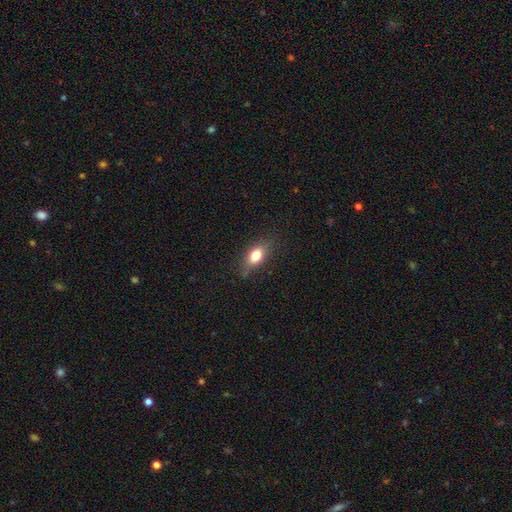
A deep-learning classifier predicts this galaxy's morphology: This appears to be a smooth galaxy with no disk features (76%) that is in between round and cigar-shaped (80%). Merging: none (76%).